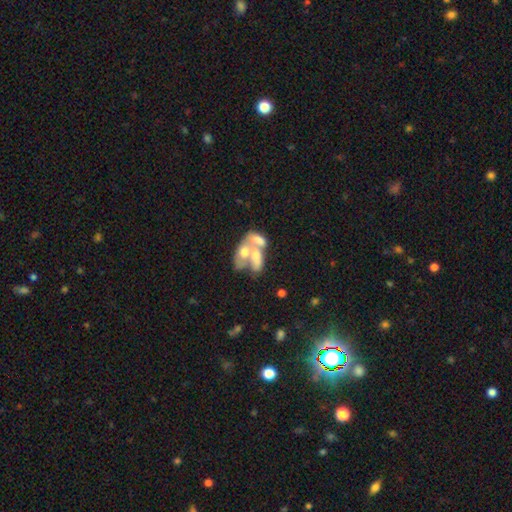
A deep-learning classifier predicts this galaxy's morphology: type=featured or disk (48%); merging=merger (73%).